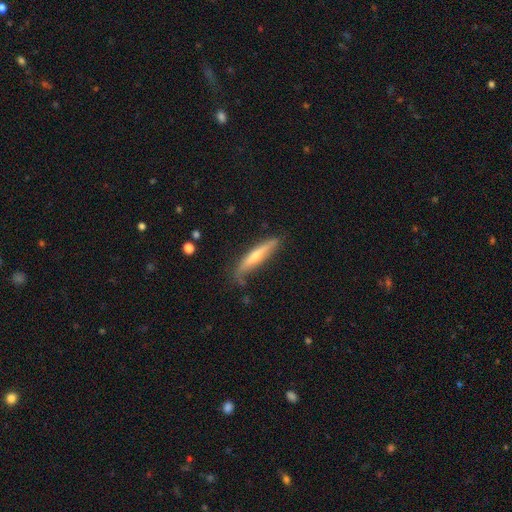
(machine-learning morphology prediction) Smooth or featured? Predicted: featured or disk (p=0.50). Edge-on disk? Predicted: yes (p=0.89). Merging? Predicted: none (p=0.71).